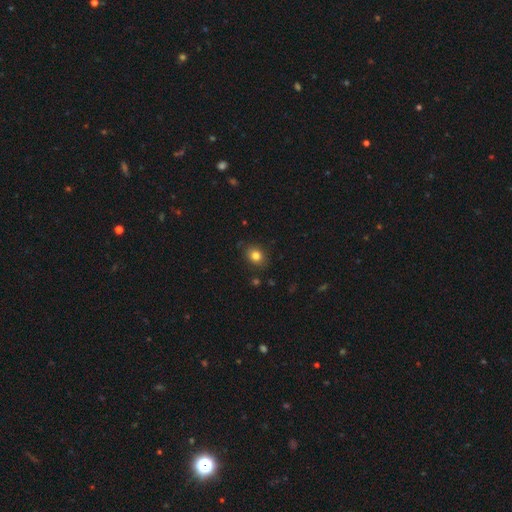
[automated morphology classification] Q: Smooth or featured?
A: smooth (82%); runner-up: star or artifact (11%)
Q: How rounded?
A: round (50%); runner-up: in between (49%)
Q: Merging?
A: none (85%); runner-up: minor disturbance (11%)